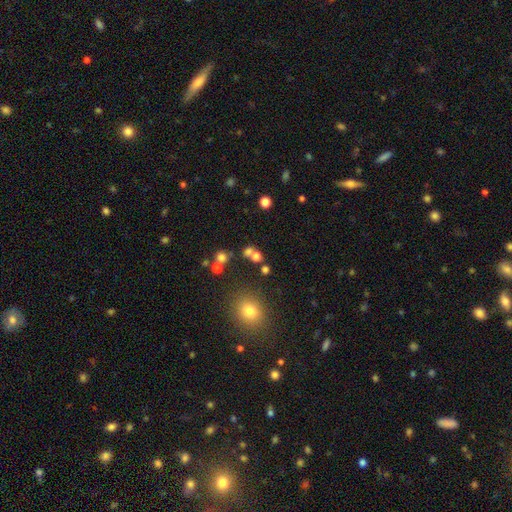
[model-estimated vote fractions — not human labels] A smooth galaxy with no disk features (66%) that is round (72%). Merging: none (52%).